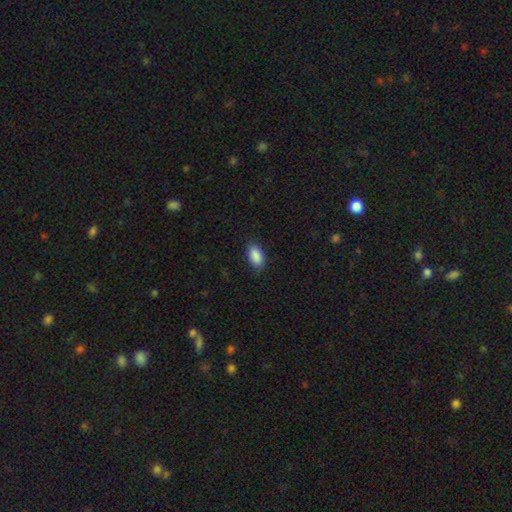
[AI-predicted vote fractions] Smooth or featured? Predicted: smooth (p=0.89). How rounded? Predicted: in between (p=0.93). Merging? Predicted: none (p=0.84).